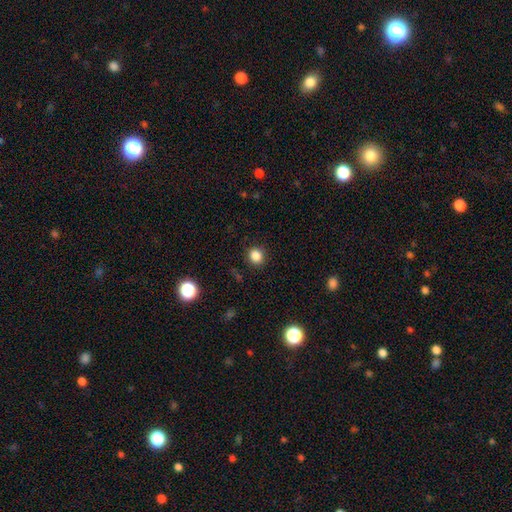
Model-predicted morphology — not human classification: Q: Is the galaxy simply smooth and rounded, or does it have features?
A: smooth — 85%.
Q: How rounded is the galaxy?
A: round — 82%.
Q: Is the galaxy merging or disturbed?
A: none — 89%.